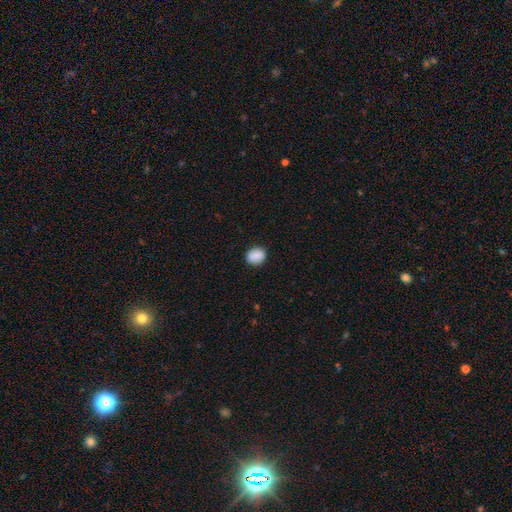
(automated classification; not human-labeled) Q: Smooth or featured?
A: smooth (87%); runner-up: star or artifact (8%)
Q: How rounded?
A: round (64%); runner-up: in between (35%)
Q: Merging?
A: none (87%); runner-up: minor disturbance (10%)